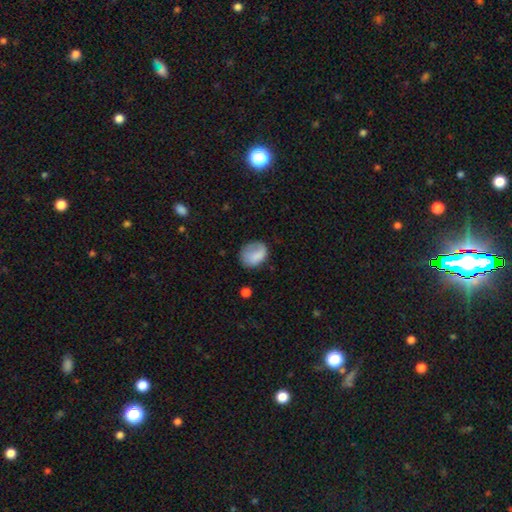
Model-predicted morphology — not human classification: Smooth or featured? smooth (78%)
How rounded? round (54%)
Merging? none (55%)